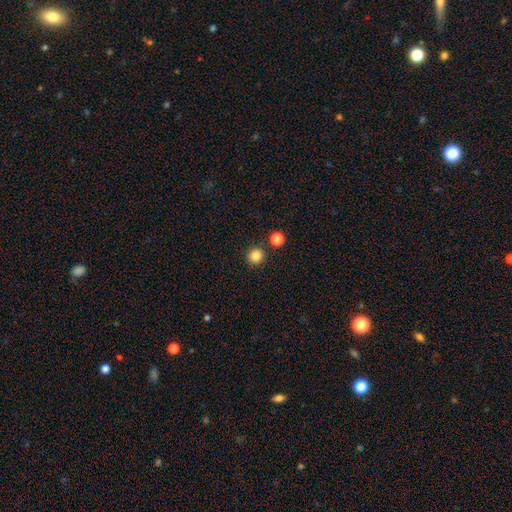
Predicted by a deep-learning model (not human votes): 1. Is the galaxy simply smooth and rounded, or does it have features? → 84% smooth, 12% star or artifact, 4% featured or disk.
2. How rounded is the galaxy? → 91% round, 8% in between, 1% cigar-shaped.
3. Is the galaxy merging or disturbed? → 86% none, 6% minor disturbance, 5% merger, 2% major disturbance.